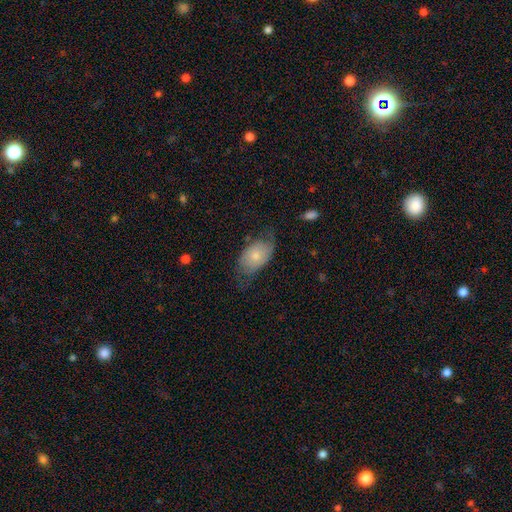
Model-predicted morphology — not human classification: The model was most divided on "merging": none: 48%, minor disturbance: 31%, major disturbance: 19%, merger: 2%. More confident: how rounded — in between (89%); smooth or featured — smooth (58%).